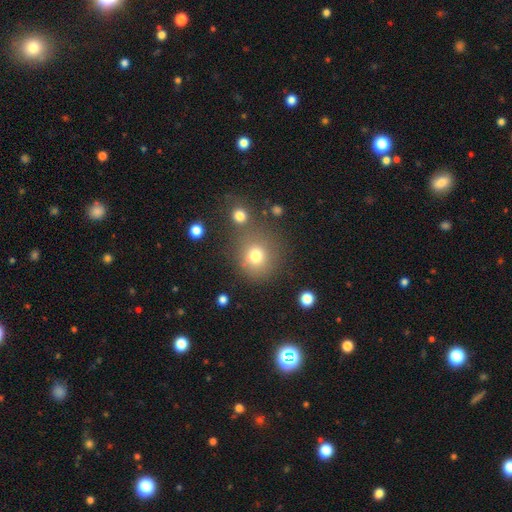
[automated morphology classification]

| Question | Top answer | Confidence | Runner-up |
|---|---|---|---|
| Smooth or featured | smooth | 74% | star or artifact (15%) |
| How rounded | round | 86% | in between (13%) |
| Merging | none | 67% | merger (15%) |